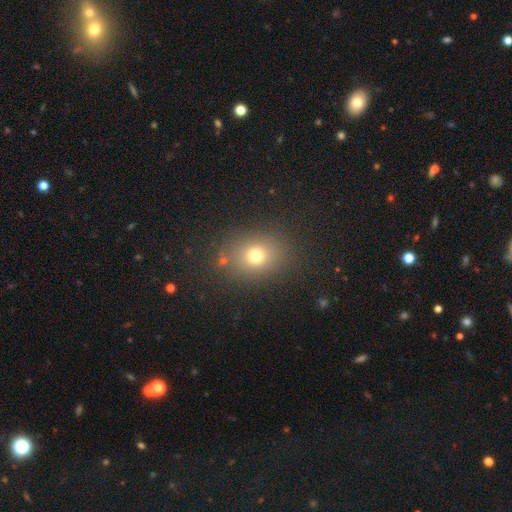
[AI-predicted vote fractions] Morphology: type=smooth (73%); roundness=round (53%); merging=none (84%).